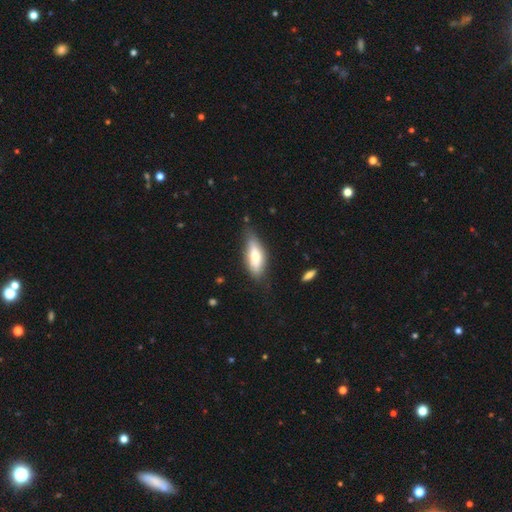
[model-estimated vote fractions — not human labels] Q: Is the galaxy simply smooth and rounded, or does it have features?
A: smooth — 62%.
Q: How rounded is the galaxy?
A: in between — 67%.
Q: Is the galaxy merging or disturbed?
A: none — 65%.